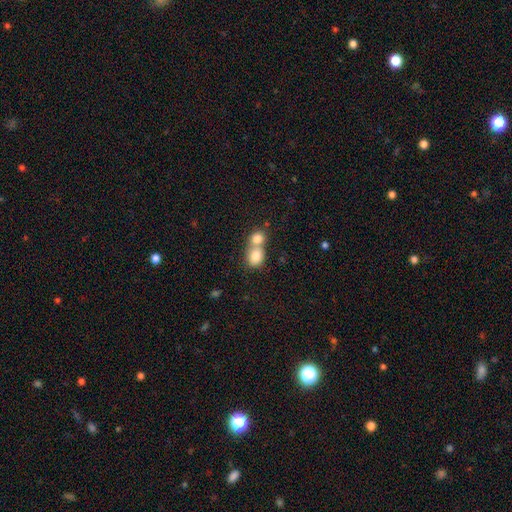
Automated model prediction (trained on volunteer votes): A smooth galaxy with no disk features (80%) that is round (66%). Merging: merger (68%).